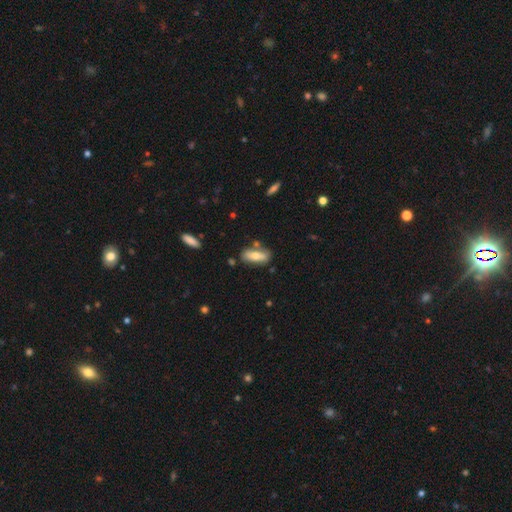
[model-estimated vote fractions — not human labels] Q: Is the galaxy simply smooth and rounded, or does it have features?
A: smooth — 68%.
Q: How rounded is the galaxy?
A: in between — 70%.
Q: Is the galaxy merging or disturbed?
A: none — 71%.